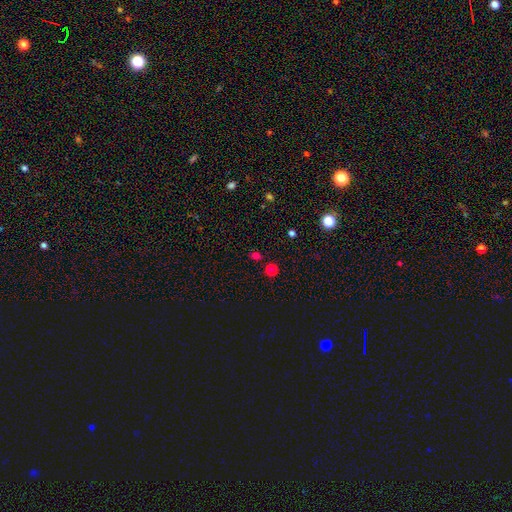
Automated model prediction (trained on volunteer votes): A smooth galaxy with no disk features (68%) that is round (78%). Merging: none (84%).